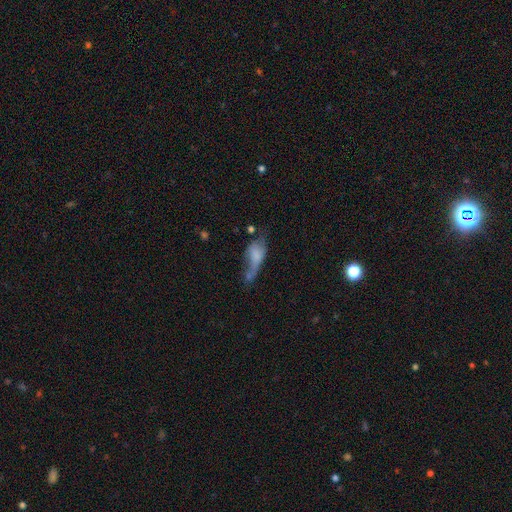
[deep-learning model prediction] This appears to be a smooth galaxy with no disk features (57%) that is in between round and cigar-shaped (73%). Merging: major disturbance (38%).